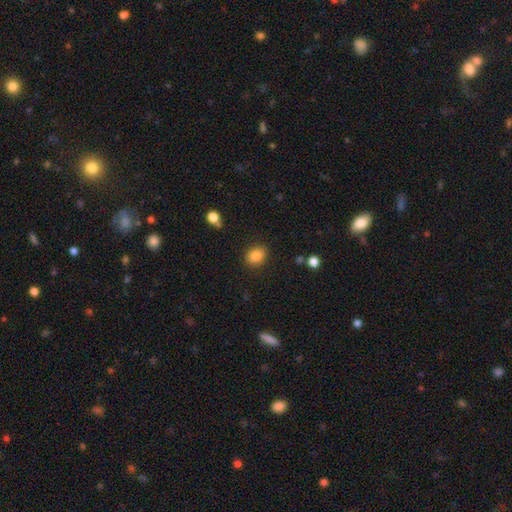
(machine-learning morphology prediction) Smooth or featured?
  - smooth: 85% *
  - star or artifact: 10%
  - featured or disk: 5%
How rounded?
  - in between: 52% *
  - round: 47%
  - cigar-shaped: 1%
Merging?
  - none: 87% *
  - minor disturbance: 8%
  - major disturbance: 3%
  - merger: 2%